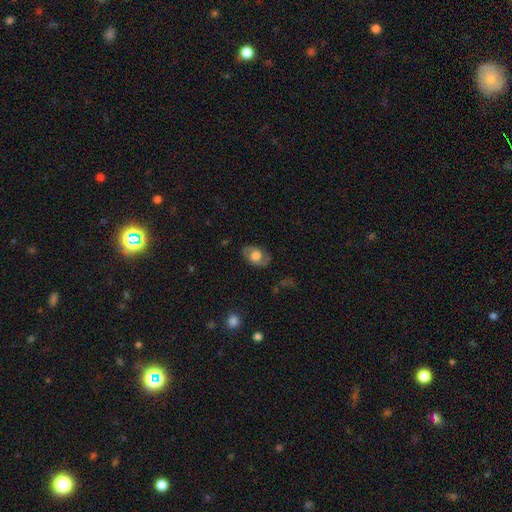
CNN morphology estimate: smooth_or_featured: smooth (p=0.55) [alt: featured or disk p=0.38]
how_rounded: in between (p=0.85) [alt: round p=0.13]
merging: none (p=0.79) [alt: minor disturbance p=0.15]